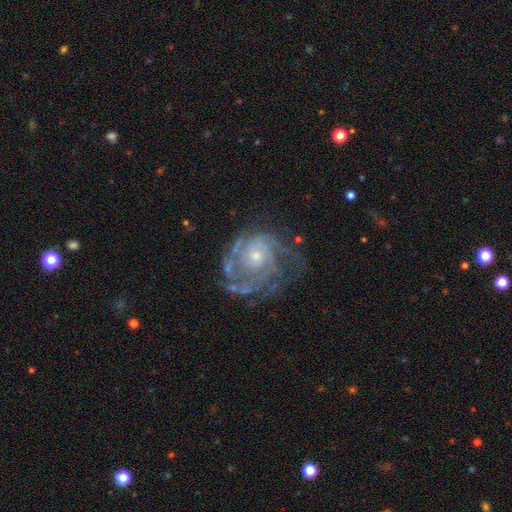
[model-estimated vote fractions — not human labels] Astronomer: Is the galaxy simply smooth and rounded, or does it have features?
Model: featured or disk — 86%.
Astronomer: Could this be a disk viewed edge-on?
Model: no — 98%.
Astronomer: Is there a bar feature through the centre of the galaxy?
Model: no — 79%.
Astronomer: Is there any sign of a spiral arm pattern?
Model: yes — 93%.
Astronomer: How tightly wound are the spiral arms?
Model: tight — 64%.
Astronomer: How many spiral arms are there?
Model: can't tell — 33% (runner-up: 2, 23%).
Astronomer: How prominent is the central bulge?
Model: small — 65%.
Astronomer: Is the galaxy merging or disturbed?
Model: none — 60%.